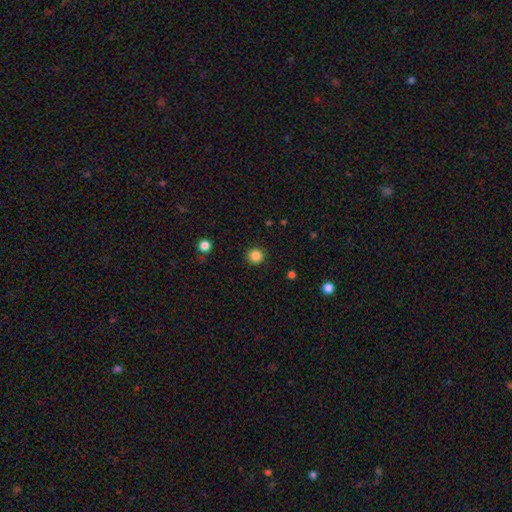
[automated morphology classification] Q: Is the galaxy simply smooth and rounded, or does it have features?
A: smooth — 85%.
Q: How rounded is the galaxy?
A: round — 95%.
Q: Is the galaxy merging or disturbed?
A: none — 92%.